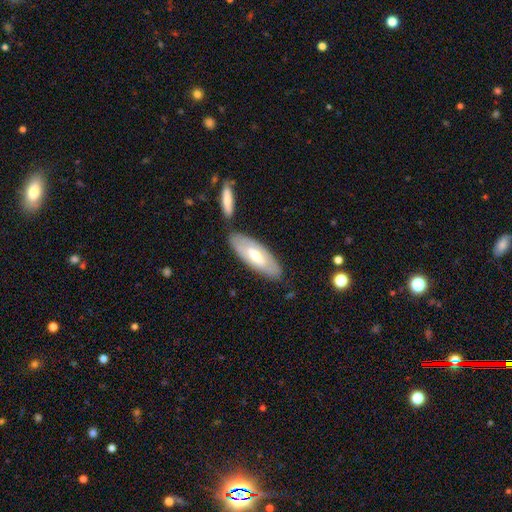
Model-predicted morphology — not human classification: type=featured or disk (51%); edge-on=no (73%); merging=none (79%).